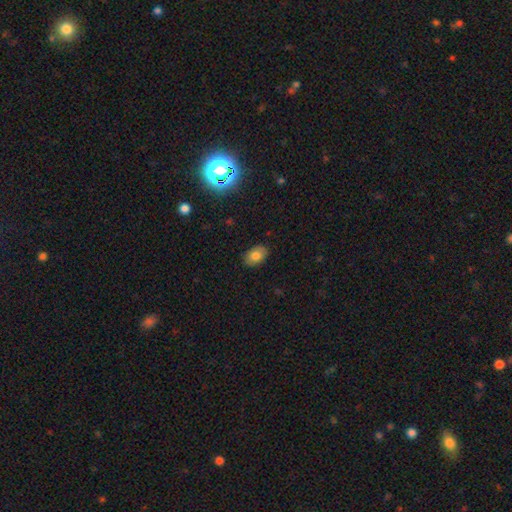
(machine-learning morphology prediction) This is likely a smooth galaxy (80%). How rounded: clearly in between (87%). Merging: clearly none (87%).